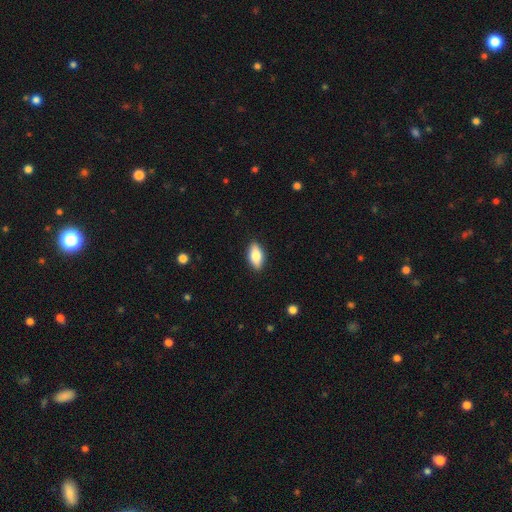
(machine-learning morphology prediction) This is likely a smooth galaxy (78%). How rounded: clearly in between (86%). Merging: clearly none (88%).